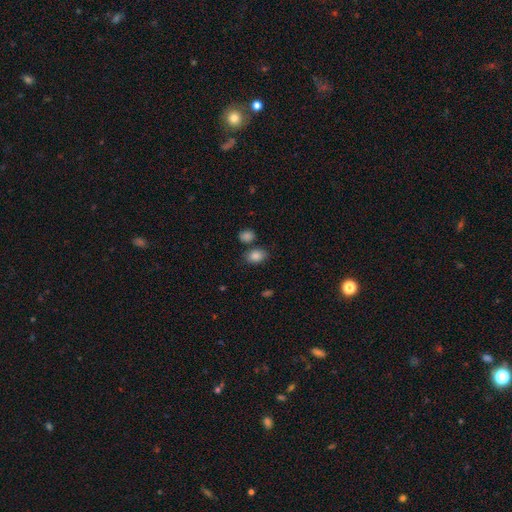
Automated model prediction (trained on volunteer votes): smooth 85%, star or artifact 9%, featured or disk 6%. Down the decision tree: how rounded — in between (78%); merging — none (72%).